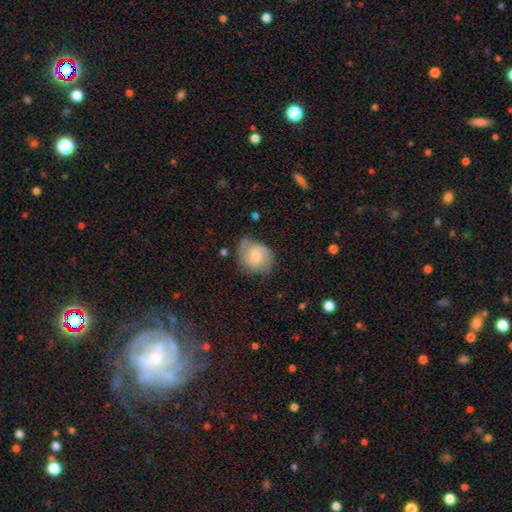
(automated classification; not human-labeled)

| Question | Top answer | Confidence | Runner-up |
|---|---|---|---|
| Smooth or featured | featured or disk | 65% | smooth (28%) |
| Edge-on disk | no | 97% | yes (3%) |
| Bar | weak | 51% | no (37%) |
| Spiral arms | yes | 91% | no (9%) |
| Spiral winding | medium | 49% | tight (32%) |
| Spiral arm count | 2 | 81% | can't tell (10%) |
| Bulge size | moderate | 48% | small (42%) |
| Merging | none | 67% | minor disturbance (23%) |